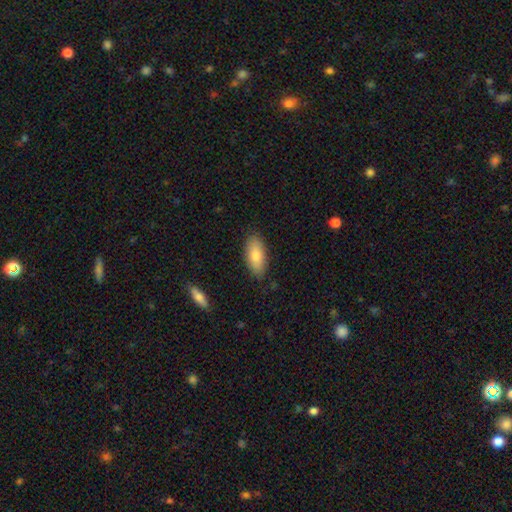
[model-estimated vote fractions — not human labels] Q: Smooth or featured?
A: smooth (78%); runner-up: featured or disk (15%)
Q: How rounded?
A: in between (85%); runner-up: cigar-shaped (13%)
Q: Merging?
A: none (85%); runner-up: minor disturbance (11%)